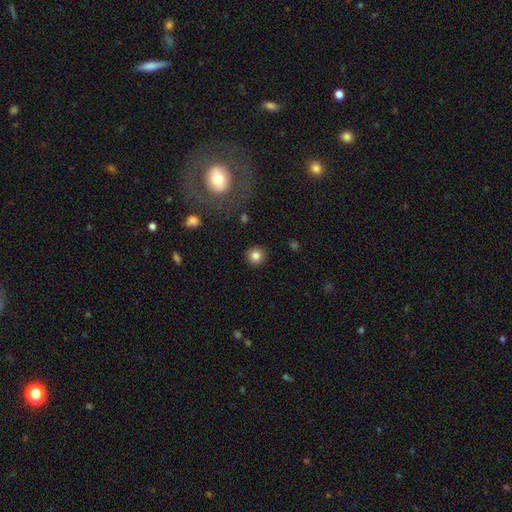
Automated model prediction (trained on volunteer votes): This is clearly a smooth galaxy (83%). How rounded: clearly round (94%). Merging: clearly none (91%).